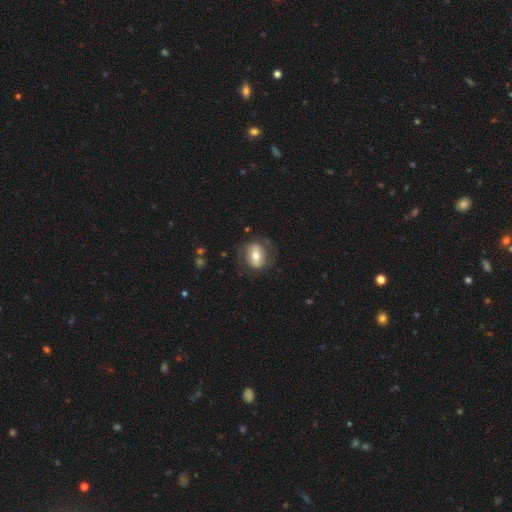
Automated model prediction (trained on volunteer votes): Smooth or featured? Predicted: smooth (p=0.55). How rounded? Predicted: in between (p=0.59). Merging? Predicted: none (p=0.74).